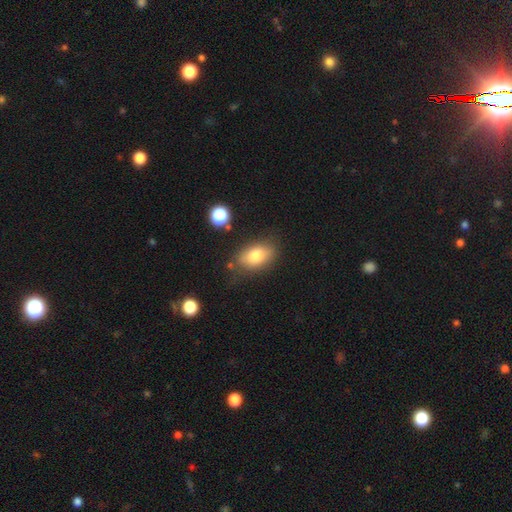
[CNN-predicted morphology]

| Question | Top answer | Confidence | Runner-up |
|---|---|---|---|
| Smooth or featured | smooth | 78% | featured or disk (13%) |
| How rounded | in between | 87% | round (11%) |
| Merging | none | 76% | minor disturbance (16%) |